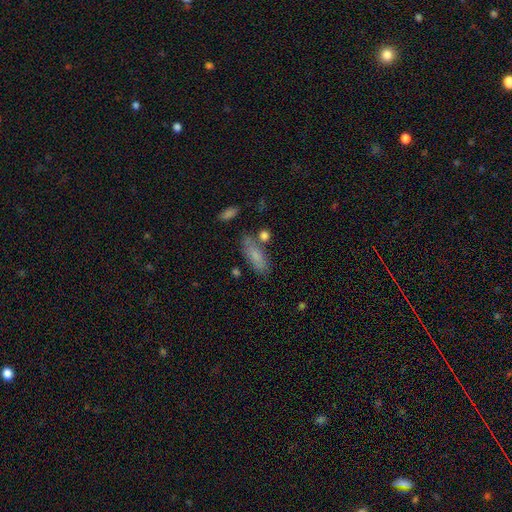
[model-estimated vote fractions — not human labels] This is likely a smooth galaxy (75%). How rounded: likely in between (70%). Merging: likely none (65%).